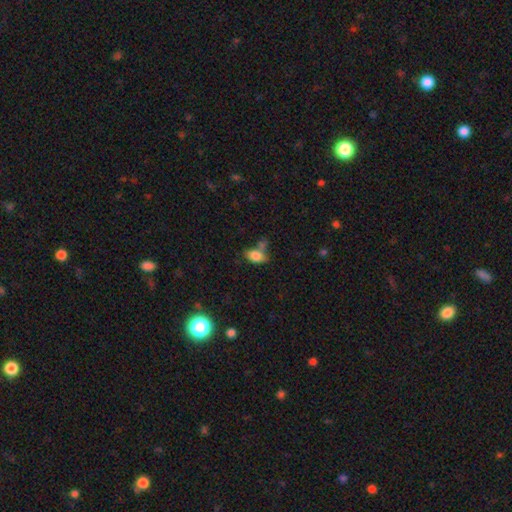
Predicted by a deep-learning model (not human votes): Smooth or featured? smooth (77%)
How rounded? in between (84%)
Merging? none (45%)